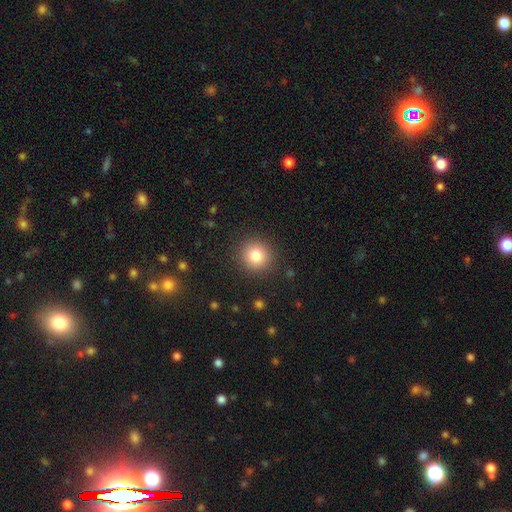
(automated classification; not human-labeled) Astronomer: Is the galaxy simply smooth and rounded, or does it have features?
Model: smooth — 81%.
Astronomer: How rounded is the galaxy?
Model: round — 93%.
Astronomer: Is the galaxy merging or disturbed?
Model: none — 90%.